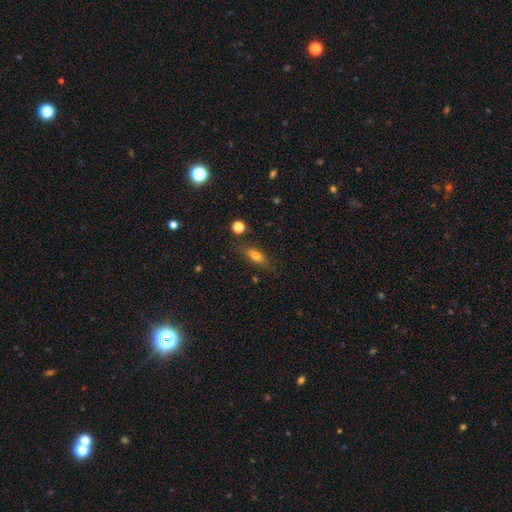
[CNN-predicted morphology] A smooth galaxy with no disk features (71%) that is in between round and cigar-shaped (68%).

Vote fractions:
- Smooth or featured? smooth: 71% / featured or disk: 19% / star or artifact: 10%
- How rounded? in between: 68% / cigar-shaped: 26% / round: 6%
- Merging? none: 77% / minor disturbance: 15% / major disturbance: 4% / merger: 3%